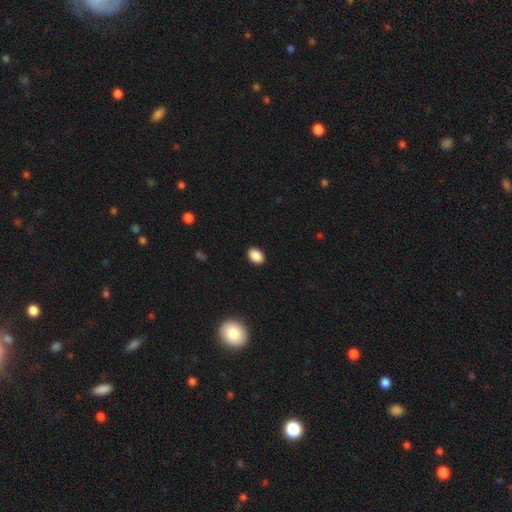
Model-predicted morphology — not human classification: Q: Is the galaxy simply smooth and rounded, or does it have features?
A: smooth — 89%.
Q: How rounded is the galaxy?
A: in between — 84%.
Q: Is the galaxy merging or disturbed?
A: none — 90%.